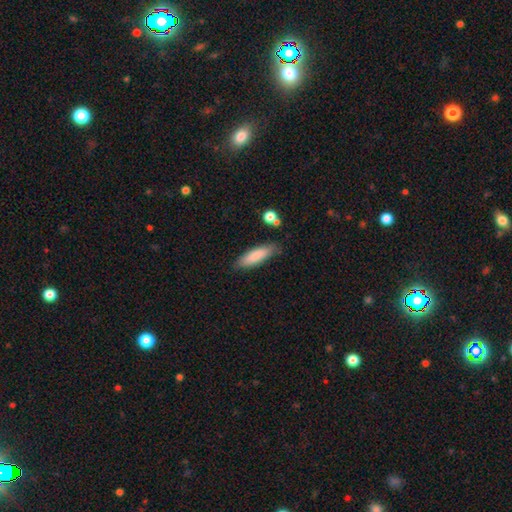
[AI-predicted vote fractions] smooth-or-featured: smooth: 84% | featured or disk: 10% | star or artifact: 6%
  how-rounded: cigar-shaped: 61% | in between: 38% | round: 2%
  merging: none: 81% | minor disturbance: 14% | merger: 3% | major disturbance: 3%